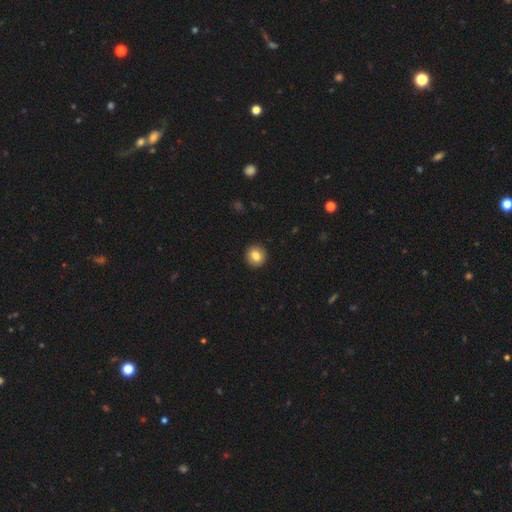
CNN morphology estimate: Smooth or featured? smooth (81%)
How rounded? round (84%)
Merging? none (91%)